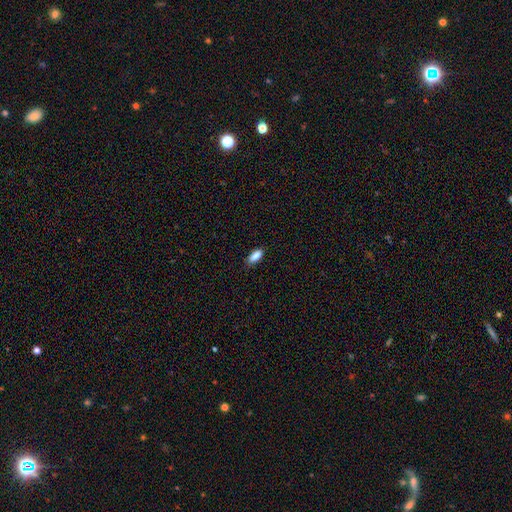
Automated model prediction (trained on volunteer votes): Smooth or featured: smooth — 87% (star or artifact — 8%)
How rounded: in between — 82% (cigar-shaped — 15%)
Merging: none — 79% (minor disturbance — 17%)